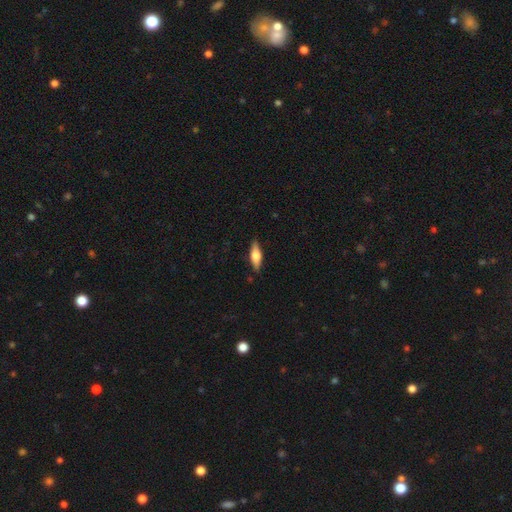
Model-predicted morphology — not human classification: Q: Smooth or featured?
A: smooth (56%); runner-up: featured or disk (38%)
Q: How rounded?
A: in between (55%); runner-up: cigar-shaped (43%)
Q: Merging?
A: none (86%); runner-up: minor disturbance (10%)